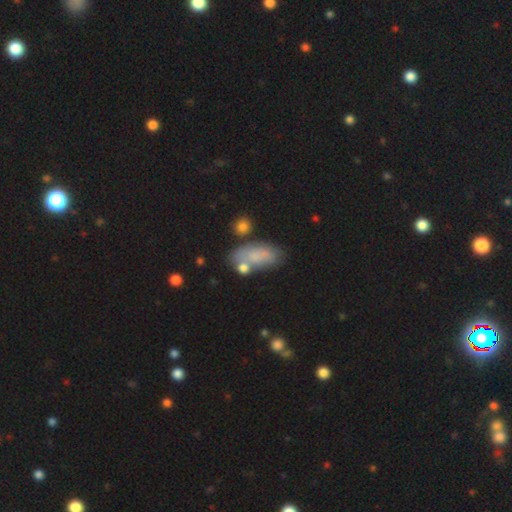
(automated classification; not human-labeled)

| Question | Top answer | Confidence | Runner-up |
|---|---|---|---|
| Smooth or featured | smooth | 69% | featured or disk (21%) |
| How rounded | in between | 87% | cigar-shaped (8%) |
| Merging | none | 51% | minor disturbance (23%) |